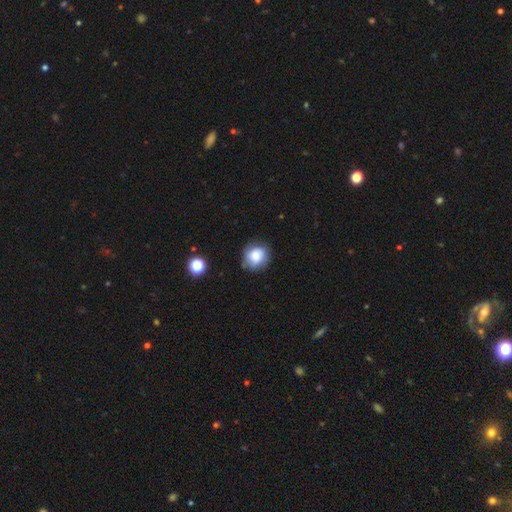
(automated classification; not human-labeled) Q: Smooth or featured?
A: smooth (74%); runner-up: featured or disk (16%)
Q: How rounded?
A: round (80%); runner-up: in between (19%)
Q: Merging?
A: none (74%); runner-up: minor disturbance (19%)